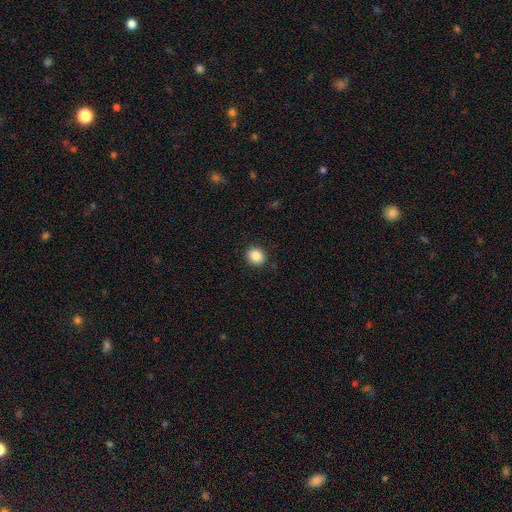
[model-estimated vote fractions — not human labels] smooth-or-featured: smooth: 85% | star or artifact: 10% | featured or disk: 5%
  how-rounded: round: 79% | in between: 20% | cigar-shaped: 1%
  merging: none: 90% | minor disturbance: 7% | major disturbance: 2% | merger: 1%